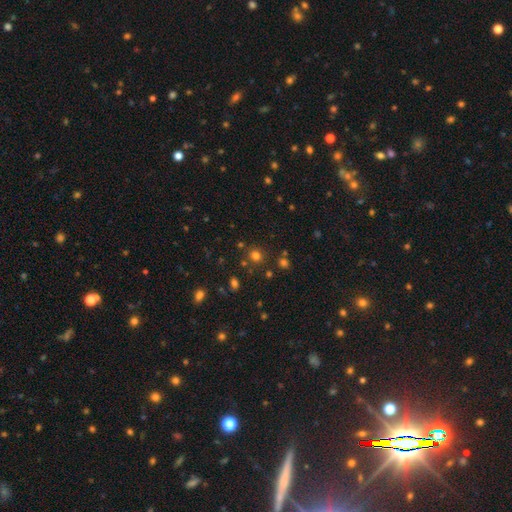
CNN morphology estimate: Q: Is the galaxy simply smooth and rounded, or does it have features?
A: smooth — 72%.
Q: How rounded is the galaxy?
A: round — 86%.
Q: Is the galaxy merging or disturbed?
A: none — 82%.